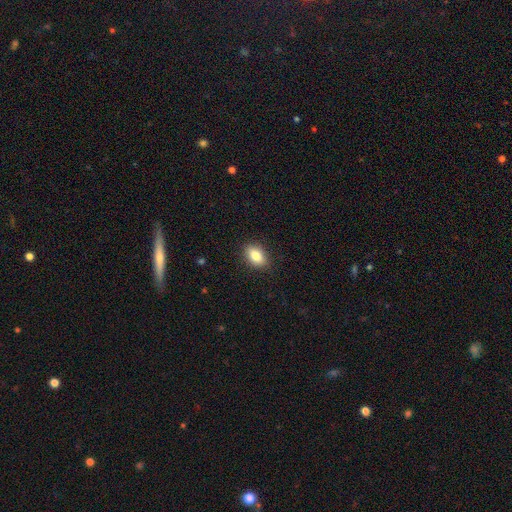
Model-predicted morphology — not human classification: smooth-or-featured: smooth: 84% | star or artifact: 8% | featured or disk: 8%
  how-rounded: in between: 84% | round: 14% | cigar-shaped: 2%
  merging: none: 88% | minor disturbance: 9% | major disturbance: 2% | merger: 1%